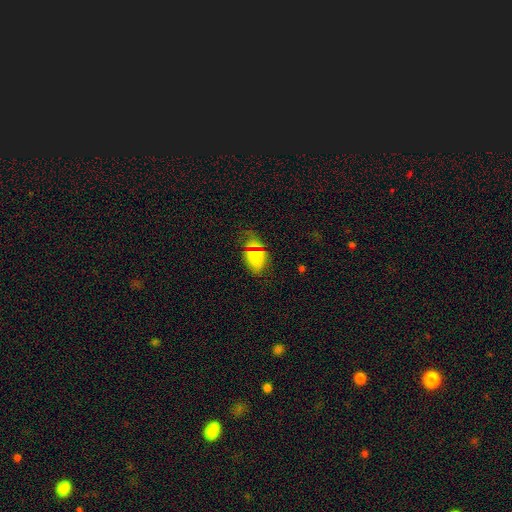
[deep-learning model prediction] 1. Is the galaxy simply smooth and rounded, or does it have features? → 67% smooth, 23% star or artifact, 11% featured or disk.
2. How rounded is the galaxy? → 78% in between, 20% round, 2% cigar-shaped.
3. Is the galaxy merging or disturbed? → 58% none, 24% minor disturbance, 12% major disturbance, 6% merger.